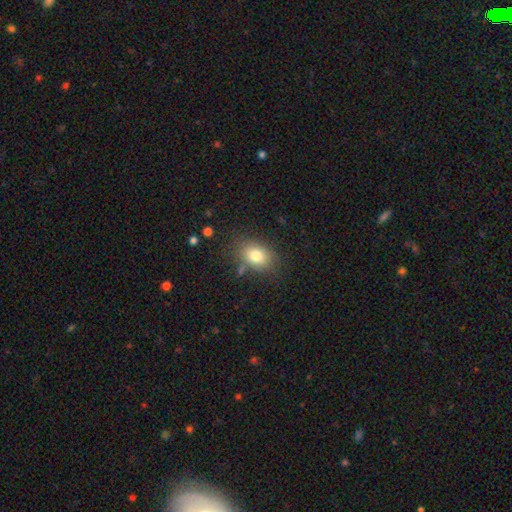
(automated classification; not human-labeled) This is likely a smooth galaxy (79%). How rounded: likely in between (71%). Merging: likely none (77%).